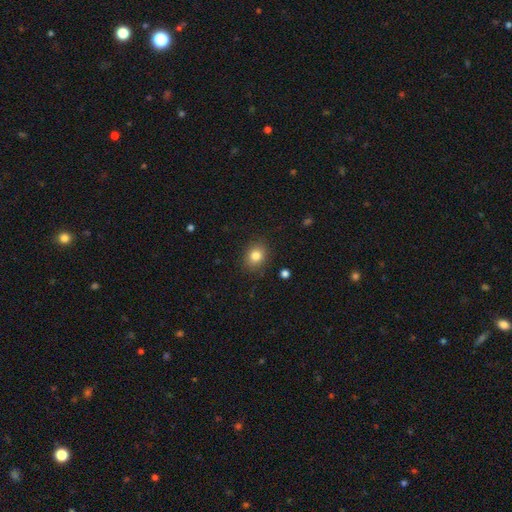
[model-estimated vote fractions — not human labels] Smooth or featured? Predicted: smooth (p=0.83). How rounded? Predicted: round (p=0.61). Merging? Predicted: none (p=0.87).